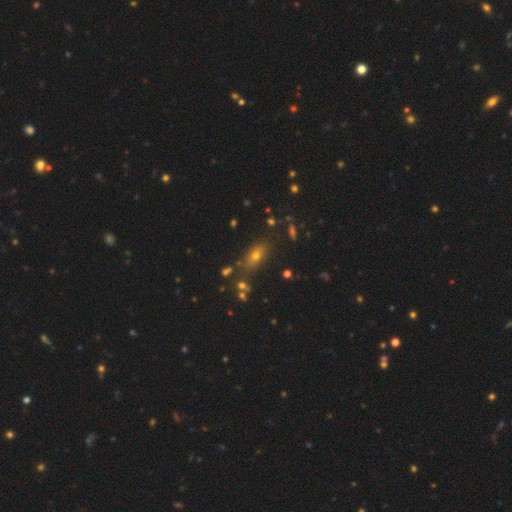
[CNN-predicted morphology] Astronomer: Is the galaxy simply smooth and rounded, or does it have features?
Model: smooth — 59%.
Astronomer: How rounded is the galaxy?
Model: in between — 69%.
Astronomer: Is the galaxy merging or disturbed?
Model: none — 75%.